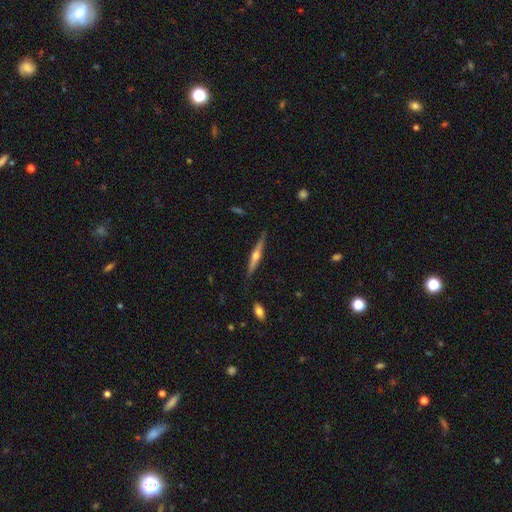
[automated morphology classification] smooth-or-featured: featured or disk: 71% | smooth: 23% | star or artifact: 6%
  disk-edge-on: yes: 97% | no: 3%
    edge-on-bulge: rounded: 93% | none: 4% | boxy: 3%
  merging: none: 87% | minor disturbance: 10% | major disturbance: 2% | merger: 2%